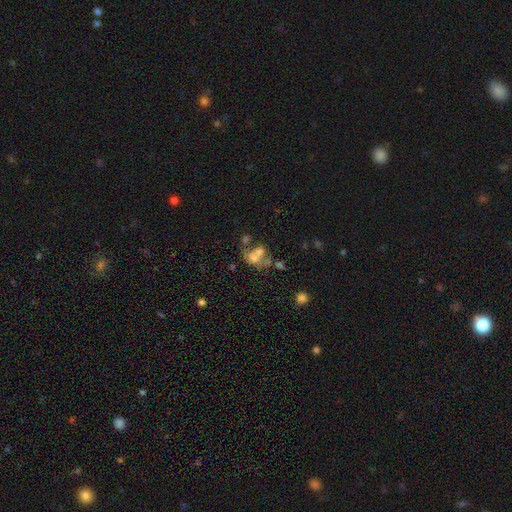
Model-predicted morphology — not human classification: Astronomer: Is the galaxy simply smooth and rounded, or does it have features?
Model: smooth — 49% (runner-up: featured or disk, 34%).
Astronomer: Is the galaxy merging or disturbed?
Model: merger — 52%.